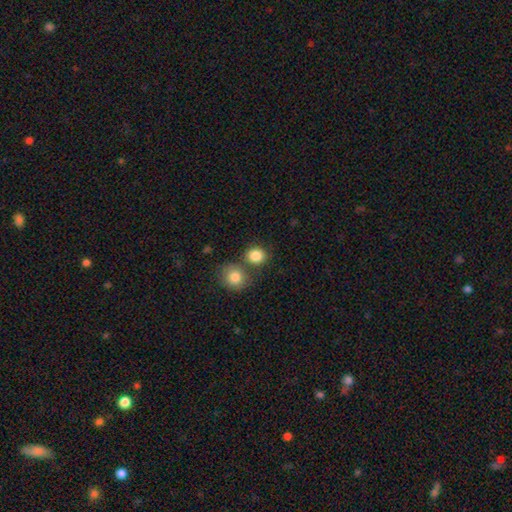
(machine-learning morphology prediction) smooth 85%, star or artifact 9%, featured or disk 6%. Down the decision tree: how rounded — round (77%); merging — none (63%).